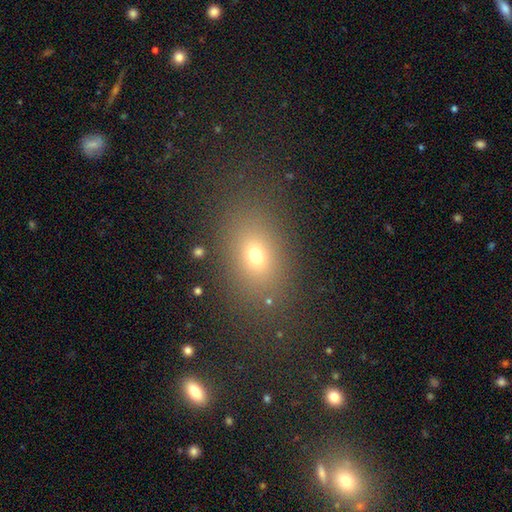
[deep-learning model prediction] Smooth or featured? Predicted: smooth (p=0.68). How rounded? Predicted: in between (p=0.75). Merging? Predicted: none (p=0.81).